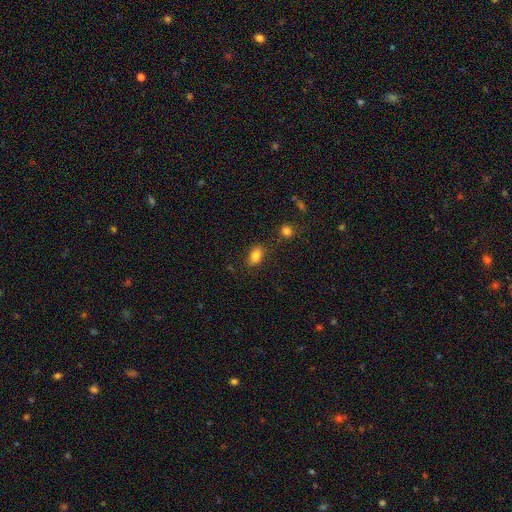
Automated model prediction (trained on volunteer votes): smooth 83%, star or artifact 10%, featured or disk 7%. Down the decision tree: how rounded — in between (84%); merging — none (79%).